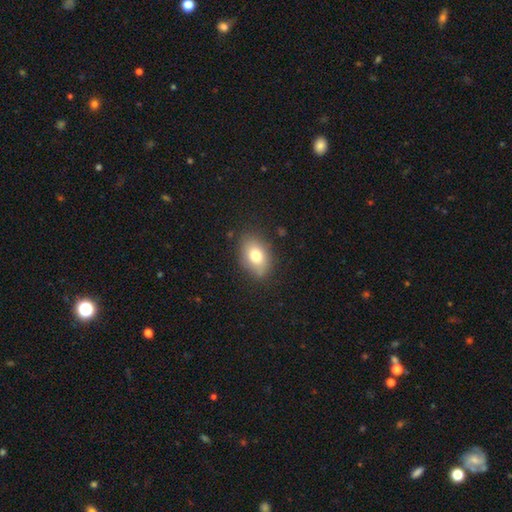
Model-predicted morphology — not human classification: This appears to be a smooth galaxy with no disk features (75%) that is in between round and cigar-shaped (81%). Merging: none (82%).